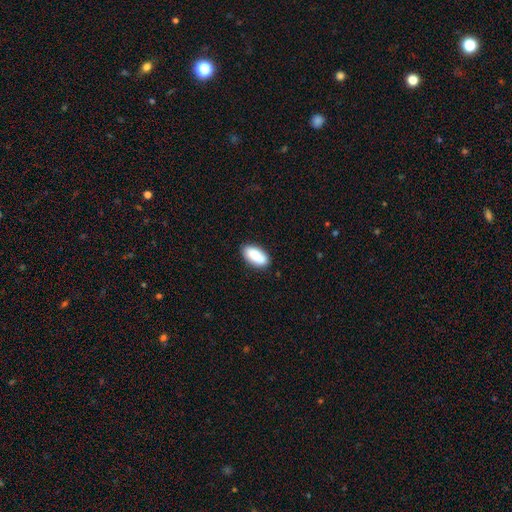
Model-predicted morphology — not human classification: This is clearly a smooth galaxy (86%). How rounded: clearly in between (92%). Merging: clearly none (85%).